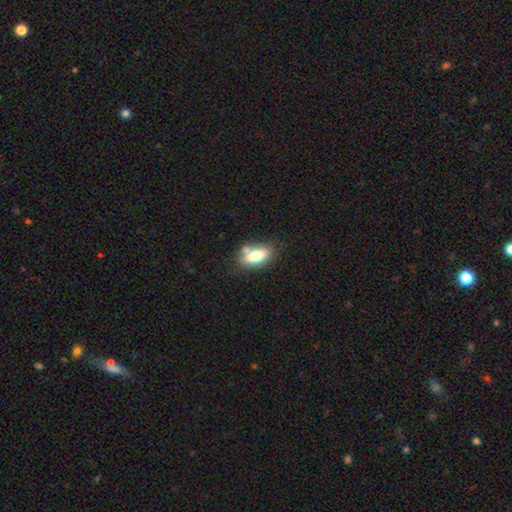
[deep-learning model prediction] smooth-or-featured: smooth: 69% | featured or disk: 23% | star or artifact: 8%
  how-rounded: in between: 83% | cigar-shaped: 11% | round: 6%
  merging: none: 64% | merger: 16% | minor disturbance: 16% | major disturbance: 5%